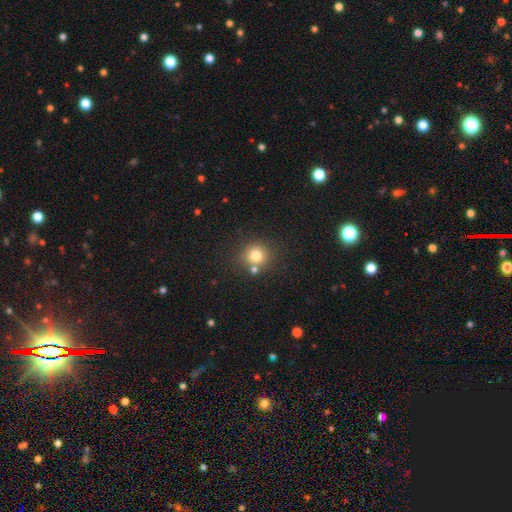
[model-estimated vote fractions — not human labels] Overall: smooth (78%). How rounded: round (89%). Merging: none (72%).